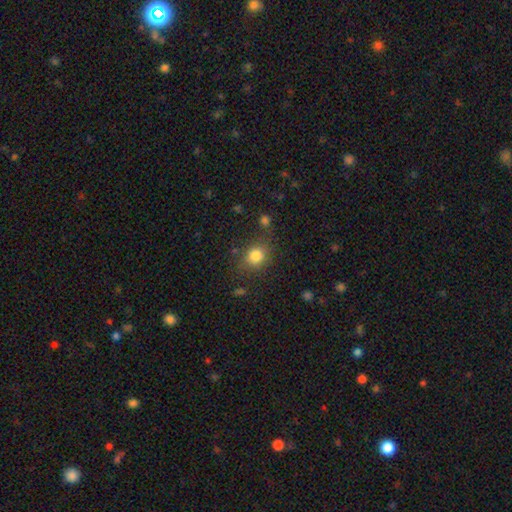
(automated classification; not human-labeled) Smooth or featured? Predicted: smooth (p=0.82). How rounded? Predicted: round (p=0.71). Merging? Predicted: none (p=0.76).